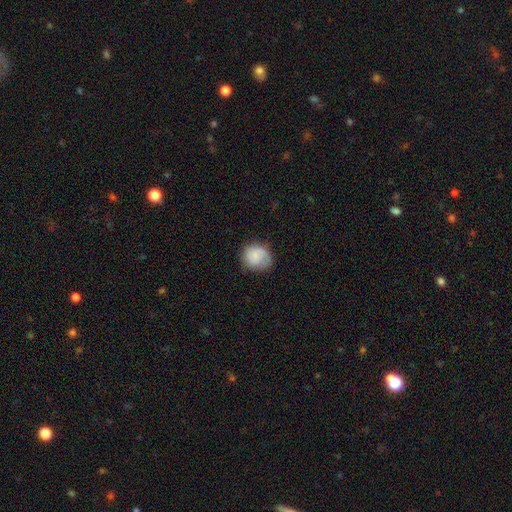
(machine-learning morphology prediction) Overall: smooth (71%). How rounded: round (71%). Merging: none (64%; minor disturbance 25%).